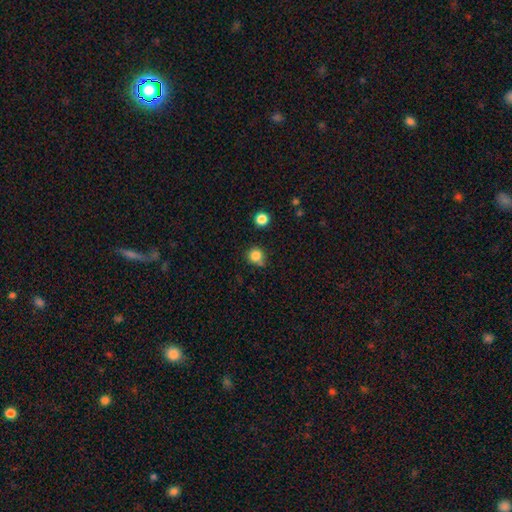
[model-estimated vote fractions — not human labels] smooth_or_featured: smooth (p=0.83) [alt: star or artifact p=0.12]
how_rounded: round (p=0.88) [alt: in between p=0.11]
merging: none (p=0.66) [alt: minor disturbance p=0.23]